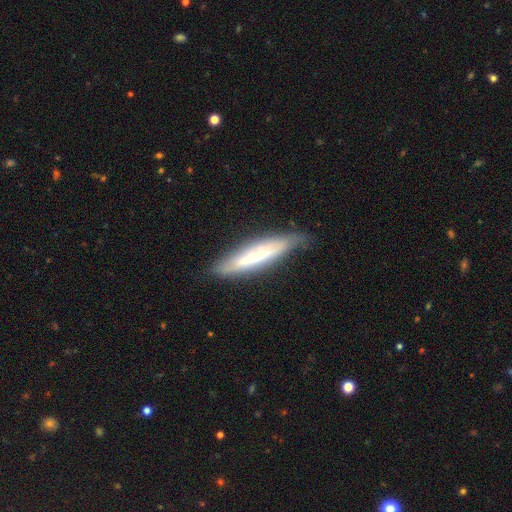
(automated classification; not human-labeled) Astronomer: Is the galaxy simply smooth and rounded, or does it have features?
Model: smooth — 53% (runner-up: featured or disk, 41%).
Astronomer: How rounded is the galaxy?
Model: cigar-shaped — 84%.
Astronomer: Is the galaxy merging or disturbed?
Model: none — 74%.